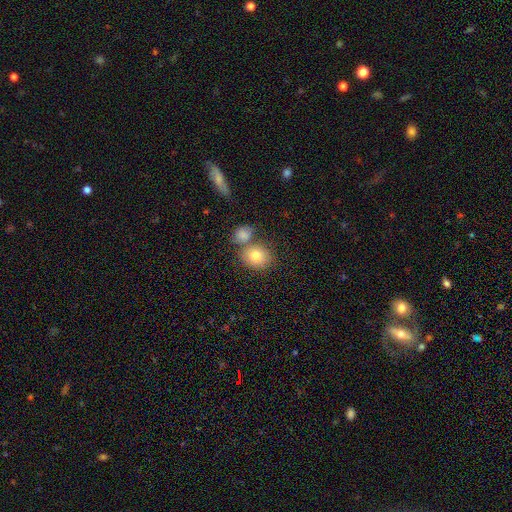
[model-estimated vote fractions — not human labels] This appears to be a smooth galaxy with no disk features (78%) that is round (68%). Merging: none (57%).